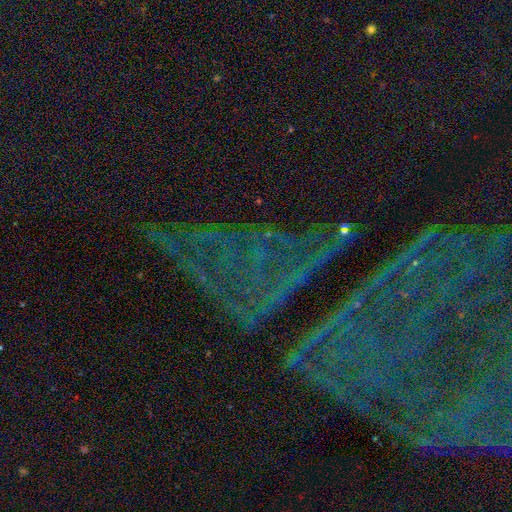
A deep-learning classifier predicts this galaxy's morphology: This is likely a star or artifact rather than a galaxy (78%).